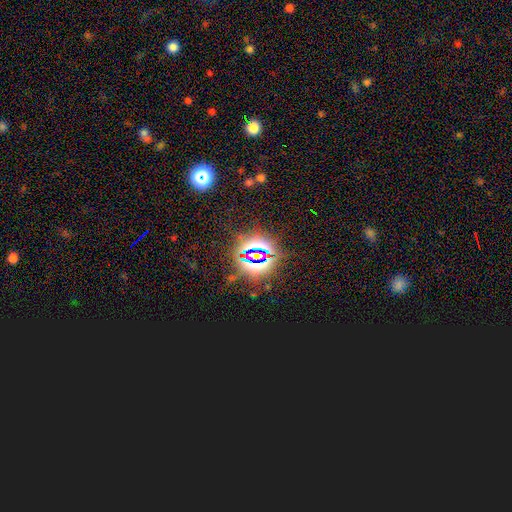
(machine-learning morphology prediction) Smooth or featured?
  - star or artifact: 82% *
  - smooth: 11%
  - featured or disk: 7%